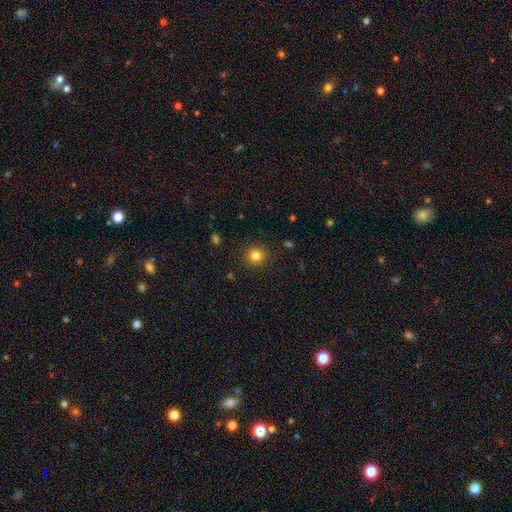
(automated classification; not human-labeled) A smooth galaxy with no disk features (83%) that is round (92%). Merging: none (90%).